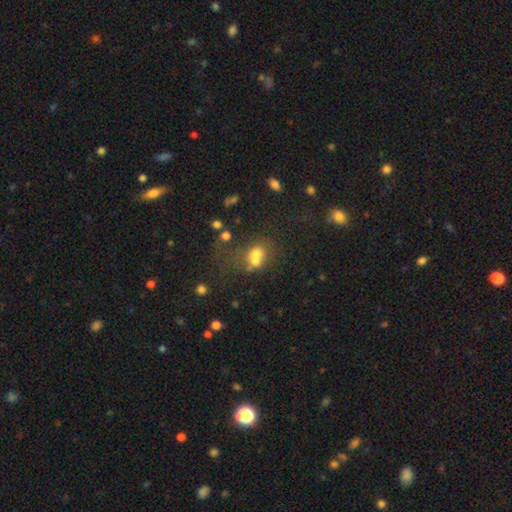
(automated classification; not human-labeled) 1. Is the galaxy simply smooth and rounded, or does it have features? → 61% smooth, 21% featured or disk, 18% star or artifact.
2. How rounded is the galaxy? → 56% round, 43% in between, 1% cigar-shaped.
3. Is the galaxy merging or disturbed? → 53% merger, 26% none, 11% major disturbance, 10% minor disturbance.